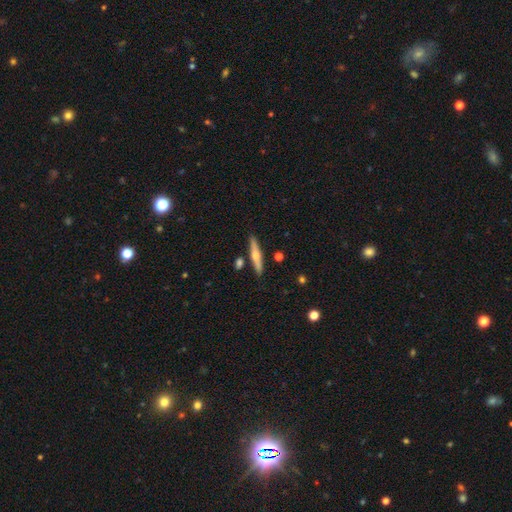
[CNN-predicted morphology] smooth_or_featured: featured or disk (p=0.52) [alt: smooth p=0.42]
disk_edge_on: yes (p=0.95) [alt: no p=0.05]
merging: none (p=0.85) [alt: minor disturbance p=0.09]